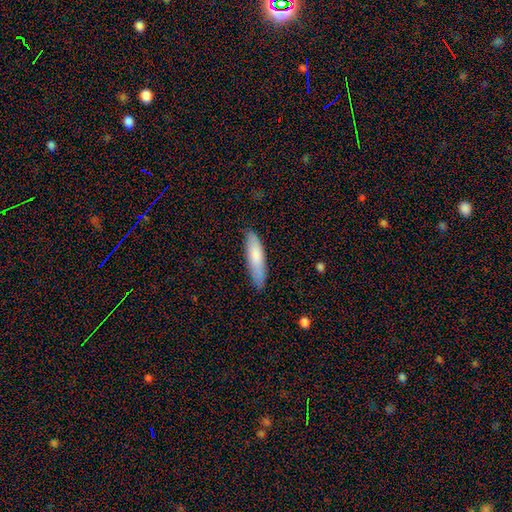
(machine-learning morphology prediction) smooth_or_featured: smooth (p=0.79) [alt: featured or disk p=0.15]
how_rounded: cigar-shaped (p=0.69) [alt: in between p=0.30]
merging: none (p=0.81) [alt: minor disturbance p=0.15]